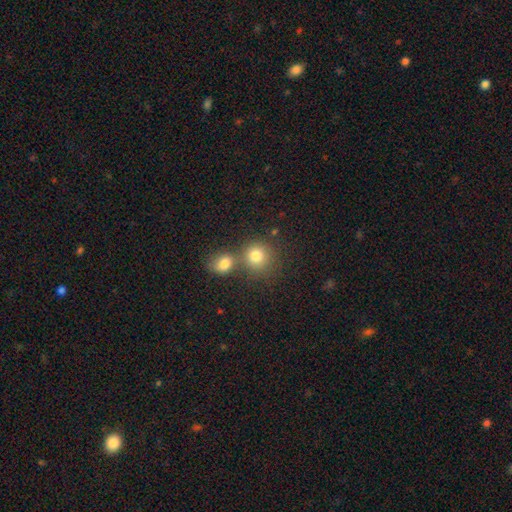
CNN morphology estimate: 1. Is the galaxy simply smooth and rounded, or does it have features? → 80% smooth, 12% star or artifact, 8% featured or disk.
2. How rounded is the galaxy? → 86% round, 13% in between, 1% cigar-shaped.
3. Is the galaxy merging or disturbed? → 55% none, 33% merger, 8% minor disturbance, 3% major disturbance.